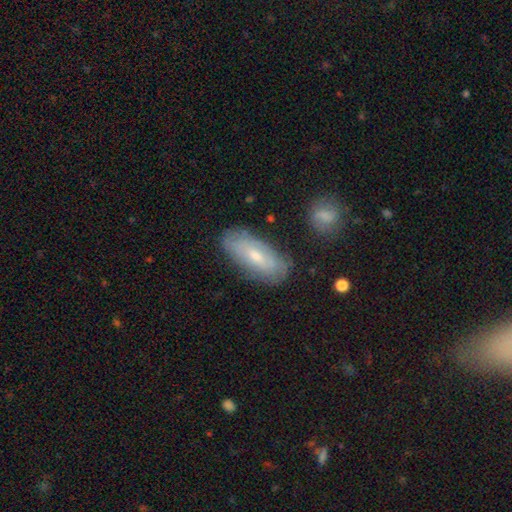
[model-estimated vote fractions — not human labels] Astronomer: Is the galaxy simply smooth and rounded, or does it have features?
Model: smooth — 52% (runner-up: featured or disk, 41%).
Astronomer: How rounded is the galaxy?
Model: in between — 84%.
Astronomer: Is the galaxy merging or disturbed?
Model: none — 78%.